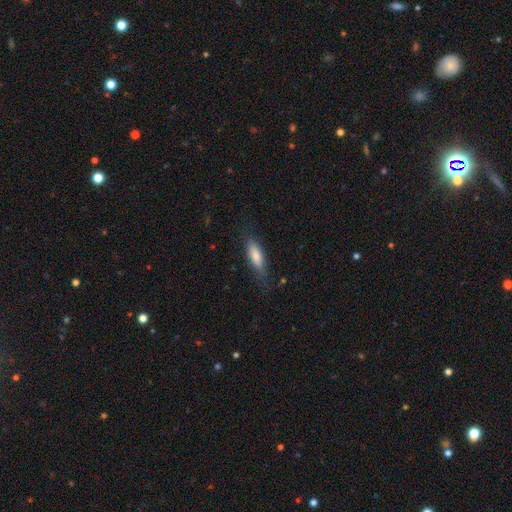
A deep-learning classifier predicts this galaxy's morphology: smooth 78%, featured or disk 16%, star or artifact 6%. Down the decision tree: how rounded — in between (54%); merging — none (74%).